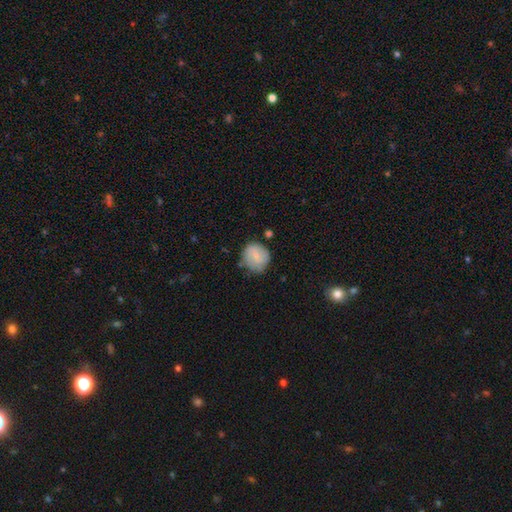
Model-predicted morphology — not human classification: smooth_or_featured: smooth (p=0.60) [alt: featured or disk p=0.33]
how_rounded: round (p=0.83) [alt: in between p=0.16]
merging: none (p=0.67) [alt: minor disturbance p=0.23]